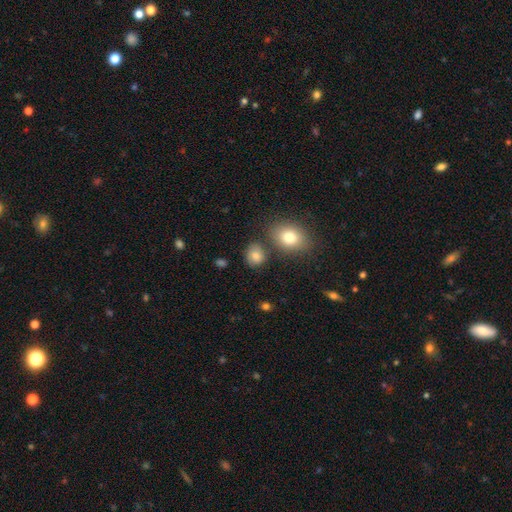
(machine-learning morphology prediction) A smooth galaxy with no disk features (82%) that is round (65%).

Vote fractions:
- Smooth or featured? smooth: 82% / star or artifact: 11% / featured or disk: 8%
- How rounded? round: 65% / in between: 33% / cigar-shaped: 1%
- Merging? none: 73% / minor disturbance: 14% / merger: 9% / major disturbance: 4%